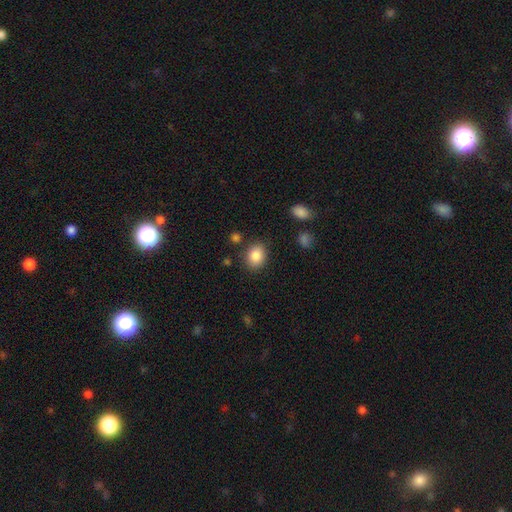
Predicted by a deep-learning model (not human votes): This is clearly a smooth galaxy (86%). How rounded: possibly in between (56%). Merging: clearly none (83%).